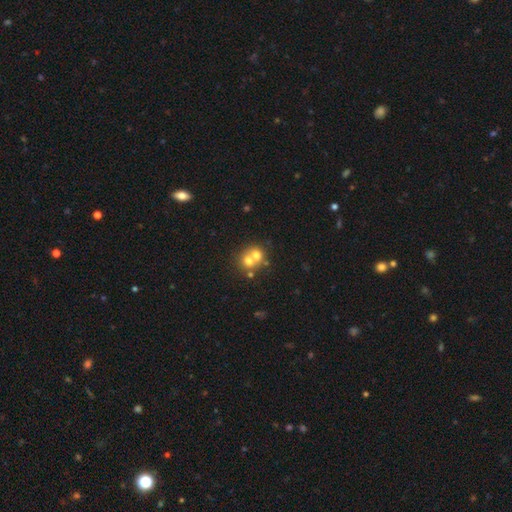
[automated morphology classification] smooth 64%, featured or disk 23%, star or artifact 12%. Down the decision tree: how rounded — round (76%); merging — merger (62%).